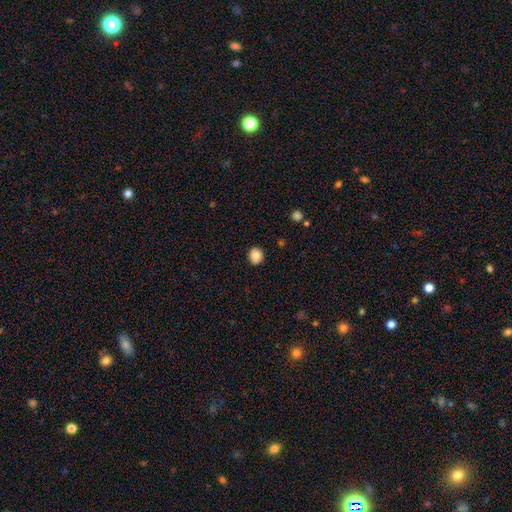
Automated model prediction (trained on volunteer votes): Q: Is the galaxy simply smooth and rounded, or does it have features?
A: smooth — 86%.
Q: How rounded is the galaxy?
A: round — 79%.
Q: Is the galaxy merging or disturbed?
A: none — 89%.